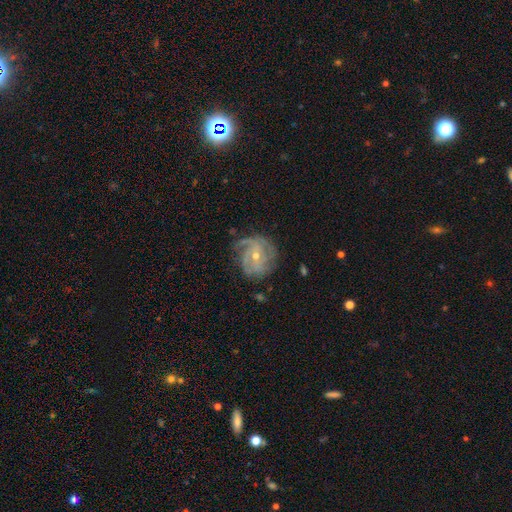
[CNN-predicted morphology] A featured or disk galaxy (81%) with no bar (48%), tight (54%) spiral arms (93%) and a small central bulge (58%).

Vote fractions:
- Smooth or featured? featured or disk: 81% / smooth: 11% / star or artifact: 8%
- Edge-on disk? no: 97% / yes: 3%
- Bar? no: 48% / weak: 39% / strong: 13%
- Spiral arms? yes: 93% / no: 7%
- Spiral winding? tight: 54% / medium: 34% / loose: 12%
- Spiral arm count? can't tell: 30% / 2: 25% / 3: 24% / 4: 8% / 1: 7% / more than 4: 5%
- Bulge size? small: 58% / moderate: 39% / none: 1% / large: 1% / dominant: 1%
- Merging? none: 68% / minor disturbance: 21% / major disturbance: 10% / merger: 2%